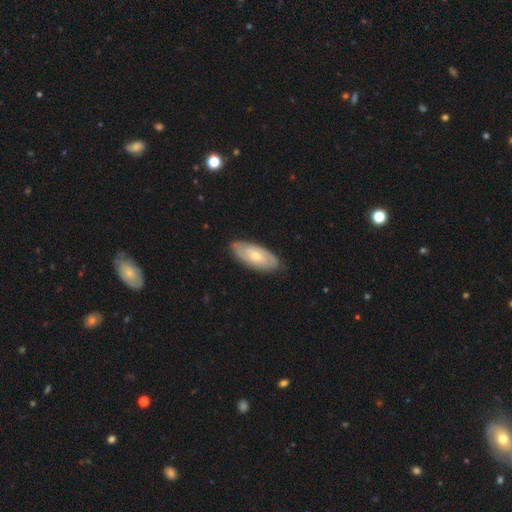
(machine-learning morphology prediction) Smooth or featured? featured or disk (53%)
Edge-on disk? no (87%)
Merging? none (83%)